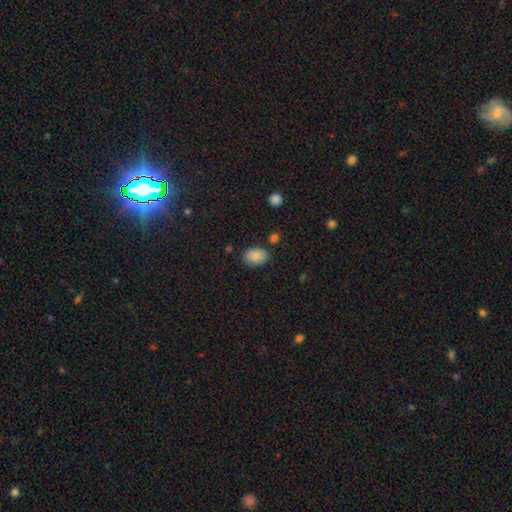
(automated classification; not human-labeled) Morphology: type=smooth (85%); roundness=in between (81%); merging=none (79%).